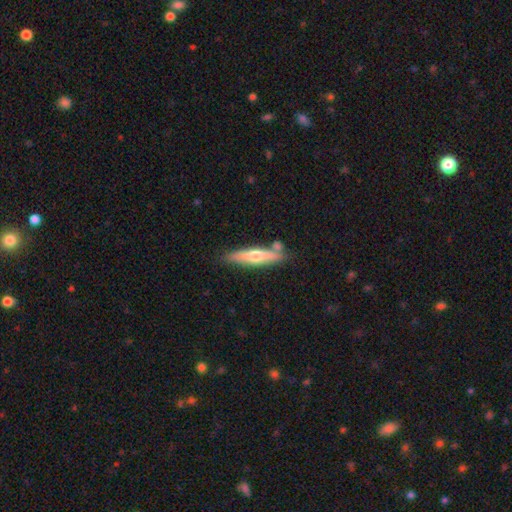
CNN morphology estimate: The model was most divided on "smooth or featured": featured or disk: 49%, smooth: 46%, star or artifact: 5%. More confident: merging — none (72%).